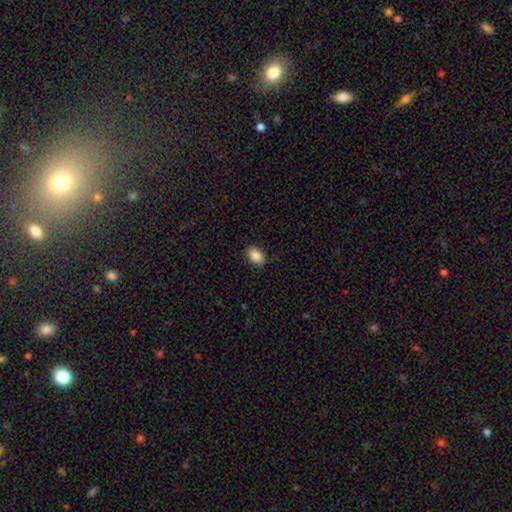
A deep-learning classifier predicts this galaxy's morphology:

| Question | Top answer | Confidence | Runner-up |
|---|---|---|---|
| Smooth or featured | smooth | 88% | star or artifact (8%) |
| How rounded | in between | 80% | round (19%) |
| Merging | none | 89% | minor disturbance (8%) |